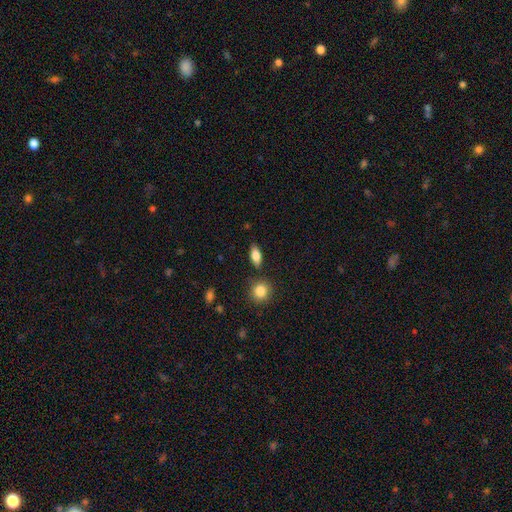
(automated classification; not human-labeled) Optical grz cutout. It shows a smooth galaxy with no disk features (82%) that is in between round and cigar-shaped (85%). Merging: none (83%).